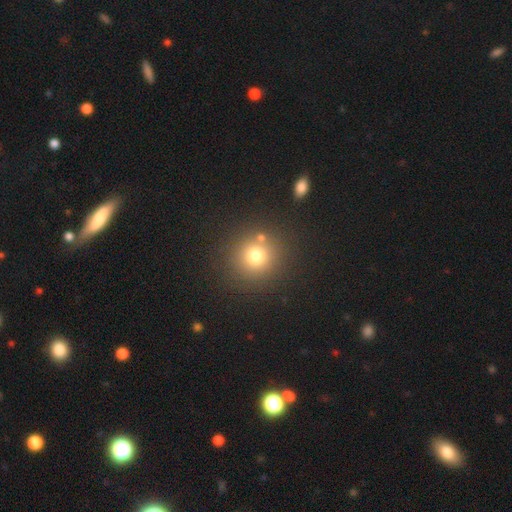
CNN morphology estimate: smooth-or-featured: smooth: 74% | star or artifact: 17% | featured or disk: 9%
  how-rounded: round: 91% | in between: 8% | cigar-shaped: 1%
  merging: none: 81% | minor disturbance: 8% | merger: 7% | major disturbance: 4%